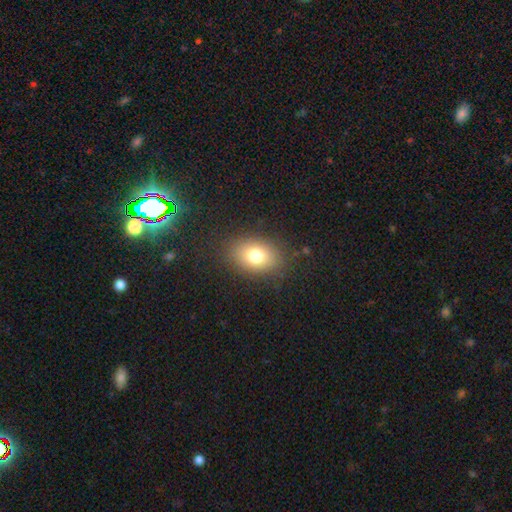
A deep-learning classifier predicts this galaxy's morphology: A smooth galaxy with no disk features (77%) that is in between round and cigar-shaped (75%).

Vote fractions:
- Smooth or featured? smooth: 77% / featured or disk: 12% / star or artifact: 11%
- How rounded? in between: 75% / round: 24% / cigar-shaped: 1%
- Merging? none: 85% / minor disturbance: 10% / major disturbance: 4% / merger: 1%